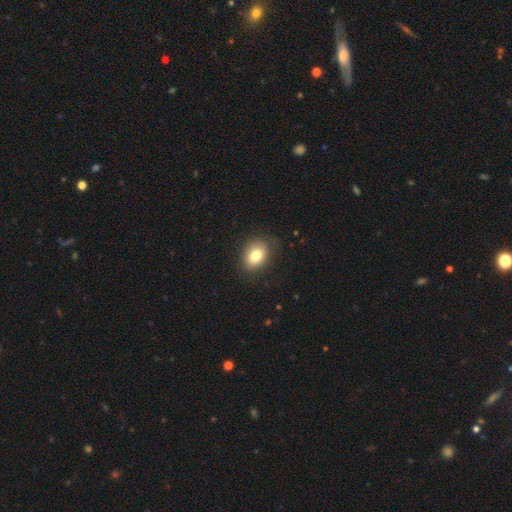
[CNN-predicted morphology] This is likely a smooth galaxy (78%). How rounded: likely in between (70%). Merging: likely none (78%).